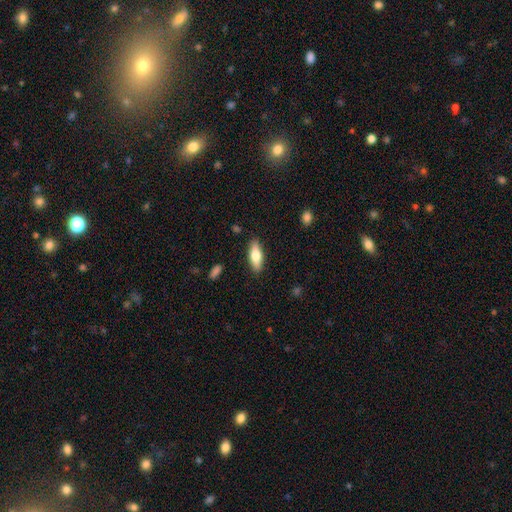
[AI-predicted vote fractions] The model was most divided on "how rounded": in between: 64%, cigar-shaped: 33%, round: 2%. More confident: merging — none (88%); smooth or featured — smooth (69%).